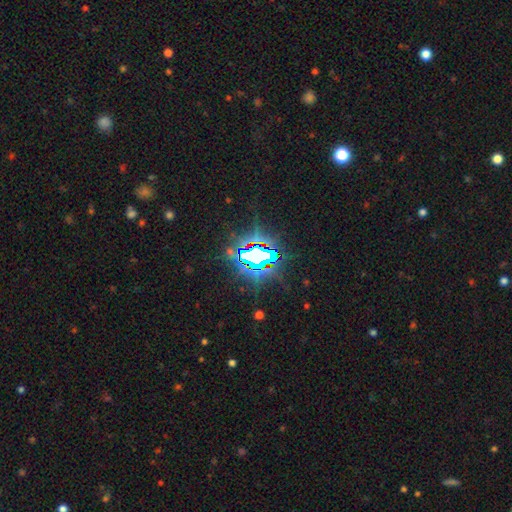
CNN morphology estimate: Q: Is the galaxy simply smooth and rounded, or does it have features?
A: star or artifact — 77%.